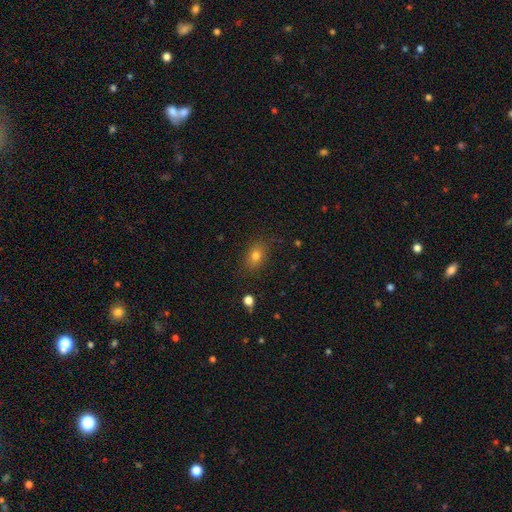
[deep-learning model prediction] This appears to be a smooth galaxy with no disk features (79%) that is in between round and cigar-shaped (69%). Merging: none (83%).